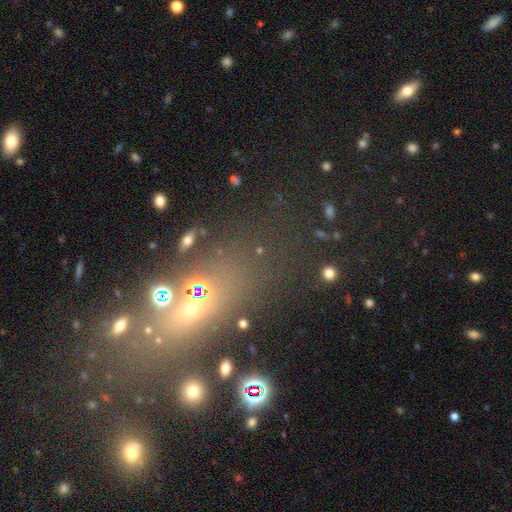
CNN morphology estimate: This is marginally a star or artifact rather than a galaxy (39%).